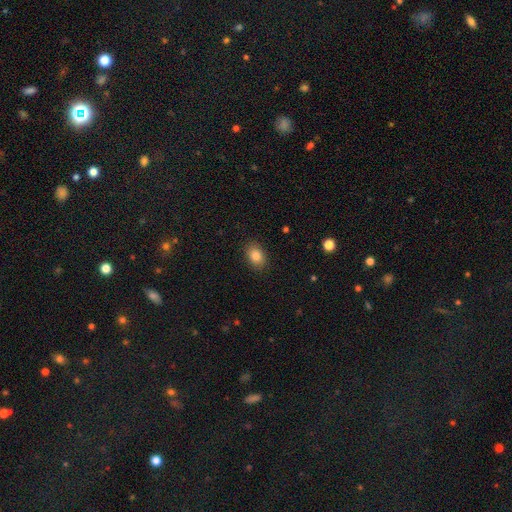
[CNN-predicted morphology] smooth-or-featured: smooth: 84% | star or artifact: 10% | featured or disk: 7%
  how-rounded: in between: 73% | round: 26% | cigar-shaped: 1%
  merging: none: 88% | minor disturbance: 8% | major disturbance: 2% | merger: 1%